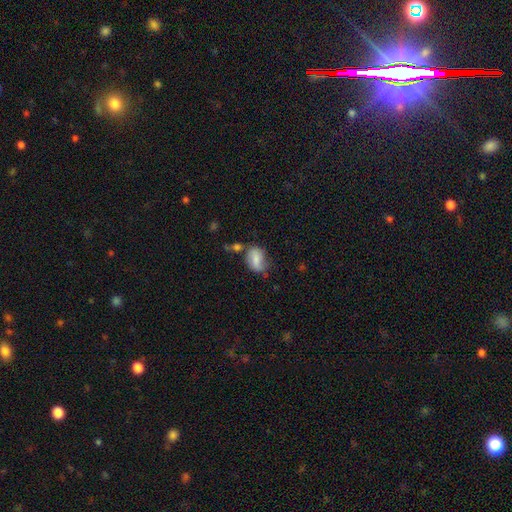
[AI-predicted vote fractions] A smooth galaxy with no disk features (67%) that is in between round and cigar-shaped (79%). Merging: none (50%).